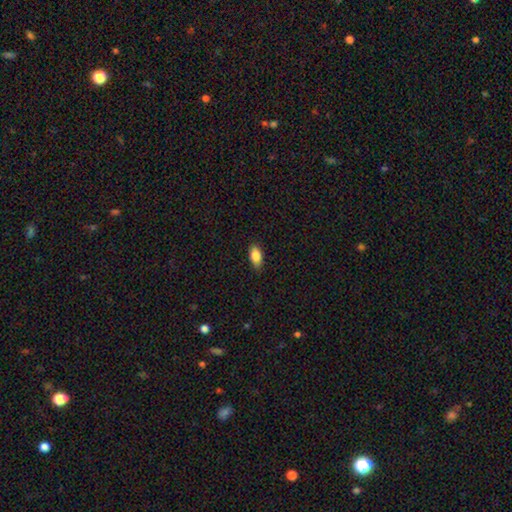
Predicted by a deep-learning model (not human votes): This appears to be a smooth galaxy with no disk features (85%) that is in between round and cigar-shaped (90%). Merging: none (85%).